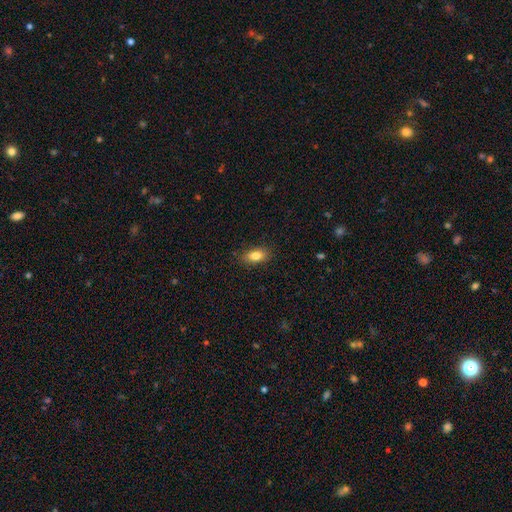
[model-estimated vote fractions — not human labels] Q: Smooth or featured?
A: smooth (84%); runner-up: featured or disk (8%)
Q: How rounded?
A: in between (88%); runner-up: cigar-shaped (6%)
Q: Merging?
A: none (85%); runner-up: minor disturbance (11%)